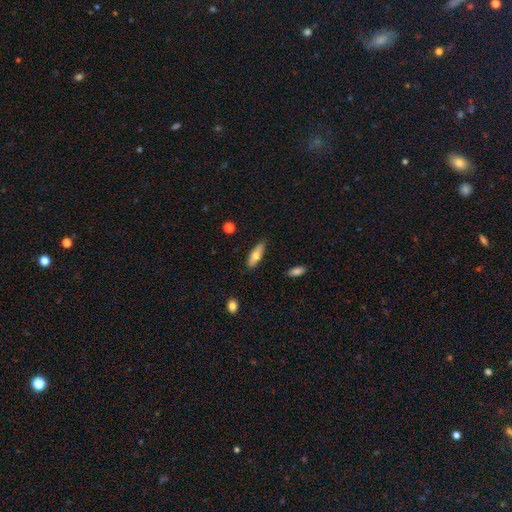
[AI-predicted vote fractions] Smooth or featured? Predicted: smooth (p=0.68). How rounded? Predicted: in between (p=0.50). Merging? Predicted: none (p=0.85).